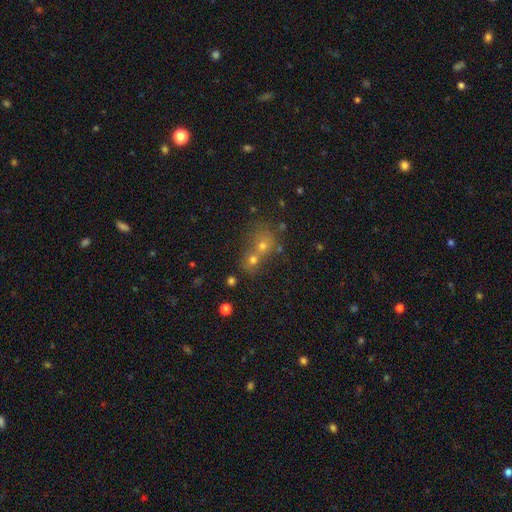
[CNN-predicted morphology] Q: Smooth or featured?
A: smooth (52%); runner-up: star or artifact (33%)
Q: How rounded?
A: round (78%); runner-up: in between (20%)
Q: Merging?
A: merger (49%); runner-up: none (41%)